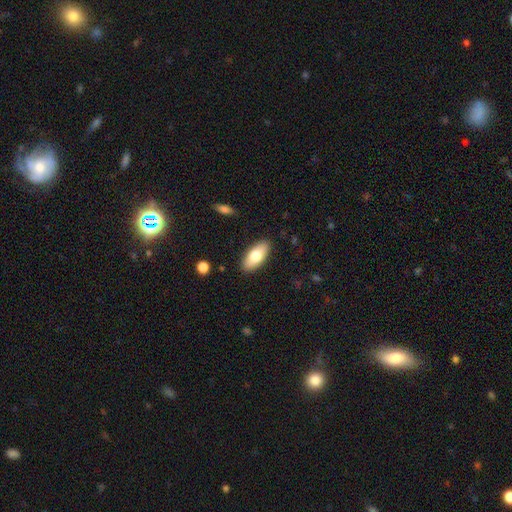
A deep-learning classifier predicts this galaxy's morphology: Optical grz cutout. It shows a smooth galaxy with no disk features (75%) that is in between round and cigar-shaped (89%). Merging: none (89%).